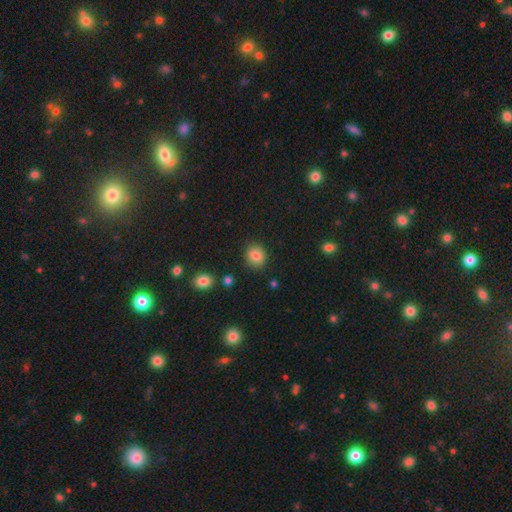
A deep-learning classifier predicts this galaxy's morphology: A smooth galaxy with no disk features (84%) that is round (73%).

Vote fractions:
- Smooth or featured? smooth: 84% / star or artifact: 10% / featured or disk: 6%
- How rounded? round: 73% / in between: 26% / cigar-shaped: 1%
- Merging? none: 87% / minor disturbance: 9% / major disturbance: 2% / merger: 2%